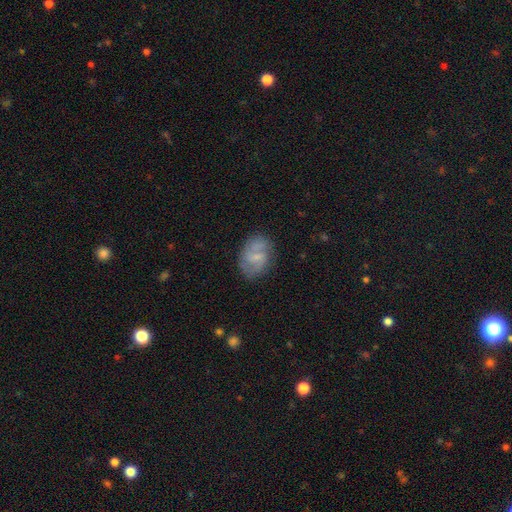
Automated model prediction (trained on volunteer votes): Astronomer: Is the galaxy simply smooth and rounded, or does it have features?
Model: featured or disk — 60%.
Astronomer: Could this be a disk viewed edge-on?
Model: no — 97%.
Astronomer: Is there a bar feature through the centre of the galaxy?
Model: weak — 54% (runner-up: no, 32%).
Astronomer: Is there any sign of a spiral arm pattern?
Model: yes — 83%.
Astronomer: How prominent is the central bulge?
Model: small — 58%.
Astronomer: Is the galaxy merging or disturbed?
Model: none — 72%.